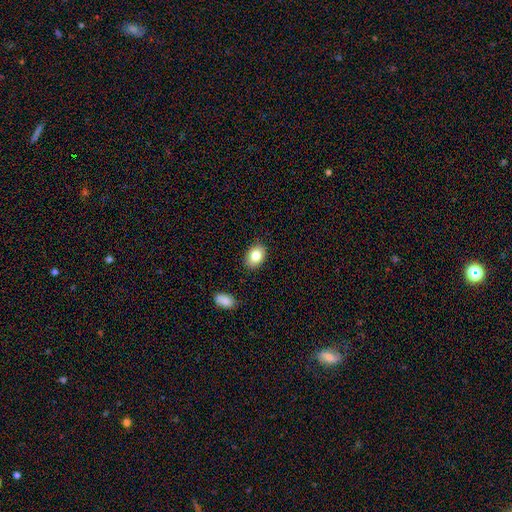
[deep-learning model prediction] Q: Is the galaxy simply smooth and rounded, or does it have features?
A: smooth — 83%.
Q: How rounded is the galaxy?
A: in between — 80%.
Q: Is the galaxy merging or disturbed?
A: none — 87%.